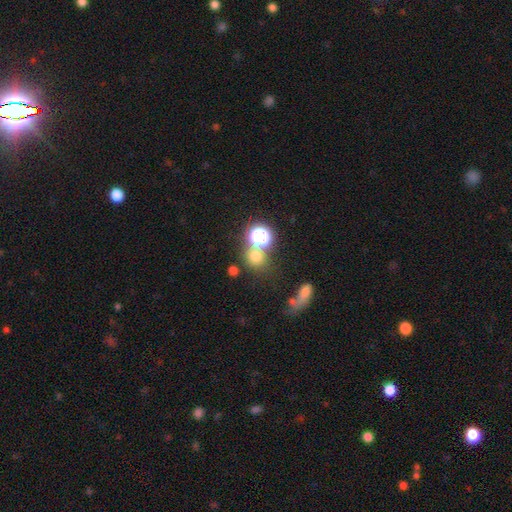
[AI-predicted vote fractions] A smooth galaxy with no disk features (67%) that is round (84%). Merging: none (65%).